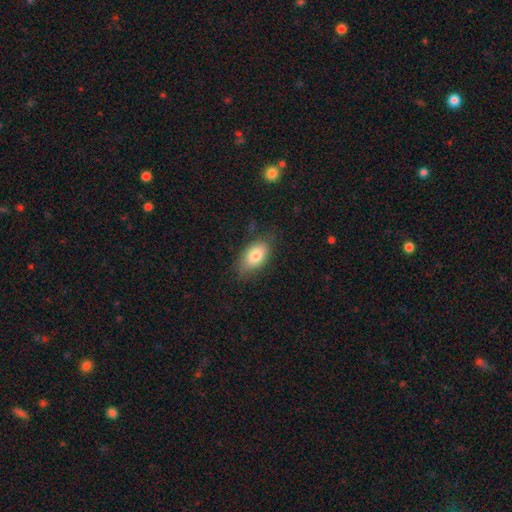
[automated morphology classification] Smooth or featured? Predicted: smooth (p=0.79). How rounded? Predicted: in between (p=0.90). Merging? Predicted: none (p=0.74).